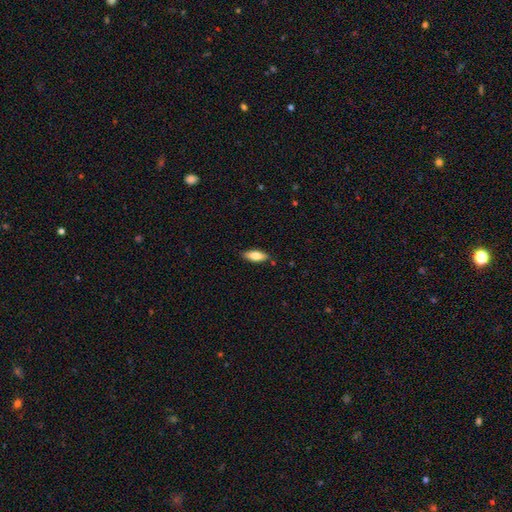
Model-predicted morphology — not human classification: smooth_or_featured: smooth (p=0.77) [alt: featured or disk p=0.16]
how_rounded: in between (p=0.72) [alt: cigar-shaped p=0.26]
merging: none (p=0.85) [alt: minor disturbance p=0.11]